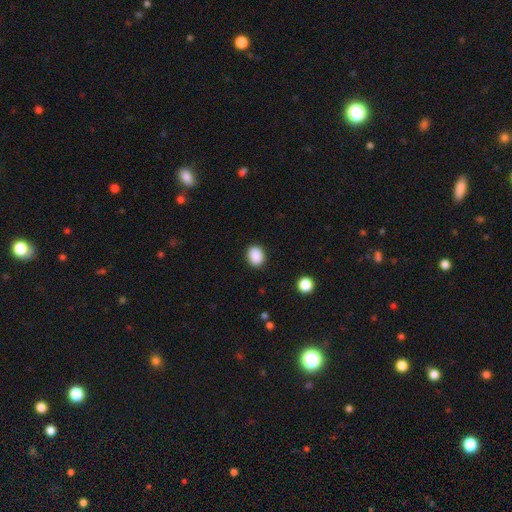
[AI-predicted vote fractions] Overall: smooth (89%). How rounded: in between (54%; round 45%). Merging: none (88%).